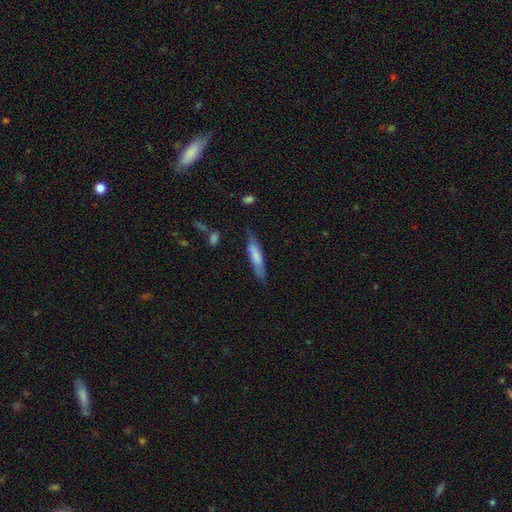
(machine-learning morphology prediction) The model was most divided on "smooth or featured": smooth: 67%, featured or disk: 27%, star or artifact: 6%. More confident: how rounded — cigar-shaped (78%); merging — none (68%).